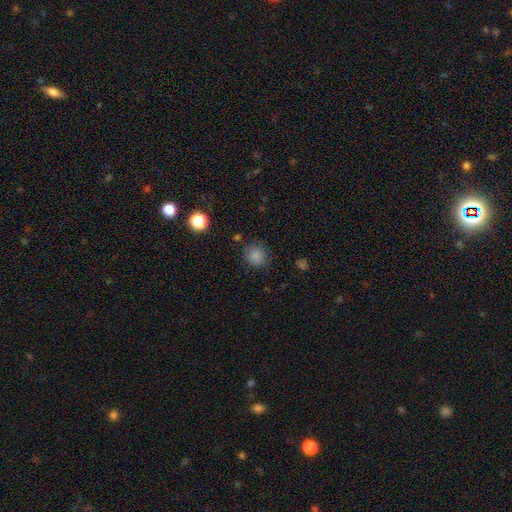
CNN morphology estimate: smooth_or_featured: smooth (p=0.84) [alt: star or artifact p=0.12]
how_rounded: round (p=0.88) [alt: in between p=0.11]
merging: none (p=0.82) [alt: minor disturbance p=0.13]